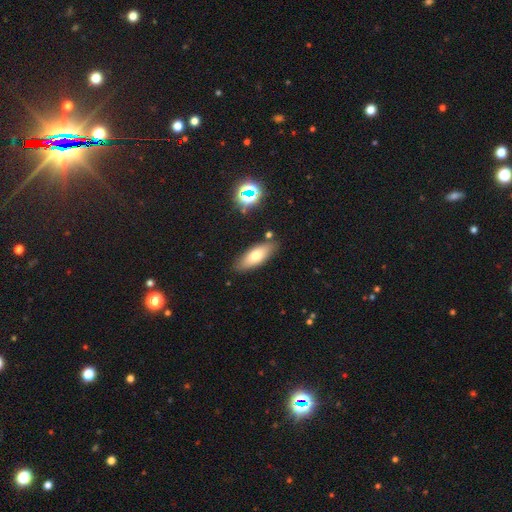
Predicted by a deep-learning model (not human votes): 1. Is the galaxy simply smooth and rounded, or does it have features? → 71% smooth, 21% featured or disk, 8% star or artifact.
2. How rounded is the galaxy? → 73% in between, 25% cigar-shaped, 3% round.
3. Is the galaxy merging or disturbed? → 84% none, 11% minor disturbance, 3% merger, 2% major disturbance.